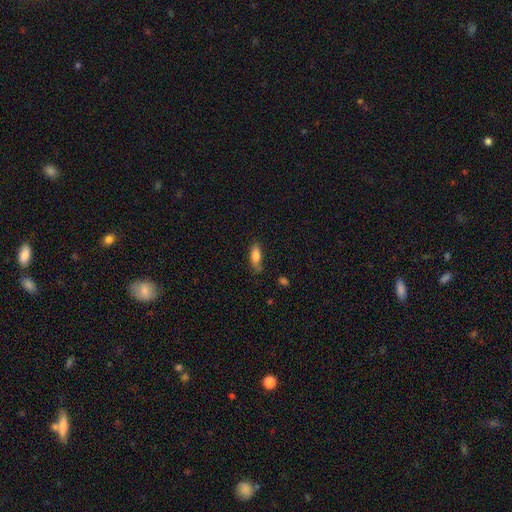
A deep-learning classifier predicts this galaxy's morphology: A smooth galaxy with no disk features (81%) that is in between round and cigar-shaped (75%). Merging: none (64%).